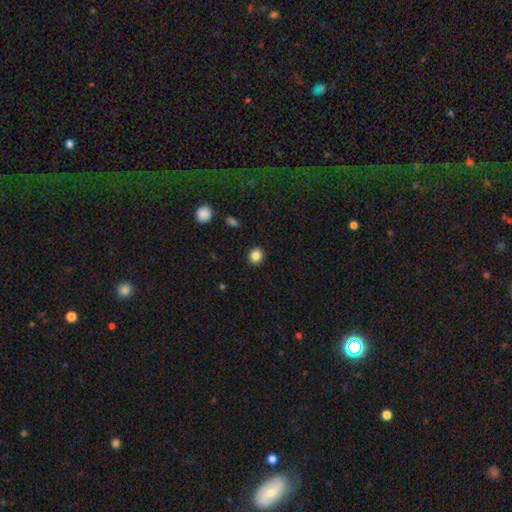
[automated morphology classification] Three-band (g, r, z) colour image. It shows a smooth galaxy with no disk features (86%) that is round (80%). Merging: none (91%).